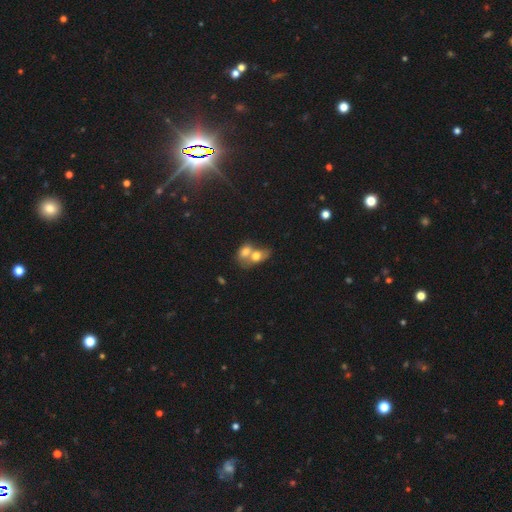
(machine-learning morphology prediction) A smooth galaxy with no disk features (69%) that is in between round and cigar-shaped (72%). Merging: merger (78%).